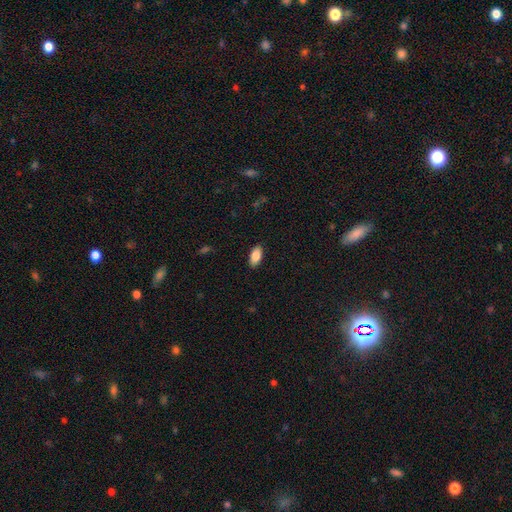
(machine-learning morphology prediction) A smooth galaxy with no disk features (86%) that is in between round and cigar-shaped (91%).

Vote fractions:
- Smooth or featured? smooth: 86% / featured or disk: 7% / star or artifact: 7%
- How rounded? in between: 91% / cigar-shaped: 6% / round: 3%
- Merging? none: 88% / minor disturbance: 9% / major disturbance: 2% / merger: 1%